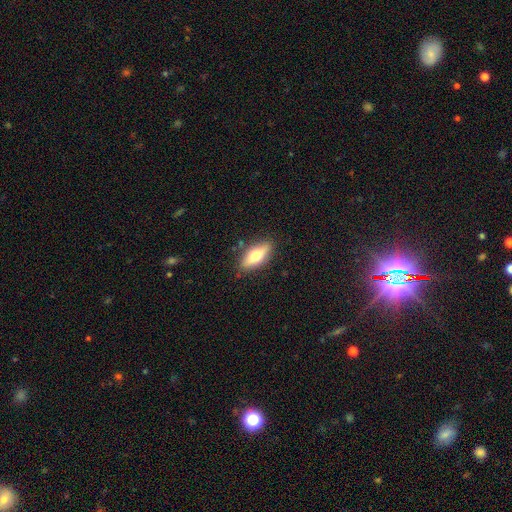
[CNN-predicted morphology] Smooth or featured: smooth — 59% (featured or disk — 35%)
How rounded: in between — 70% (cigar-shaped — 27%)
Merging: none — 84% (minor disturbance — 12%)